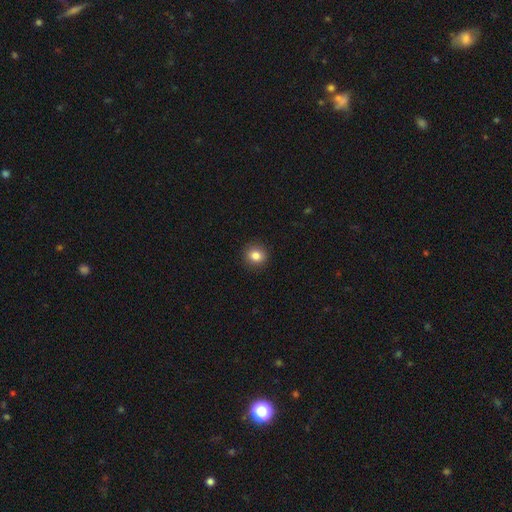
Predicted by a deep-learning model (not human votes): Smooth or featured: smooth — 84% (star or artifact — 10%)
How rounded: round — 85% (in between — 14%)
Merging: none — 92% (minor disturbance — 6%)